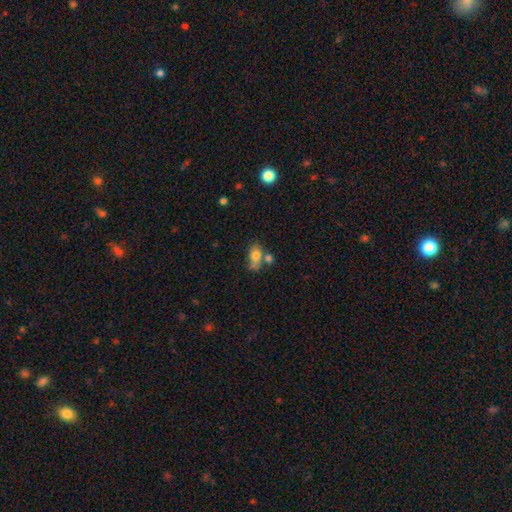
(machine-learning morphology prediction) The model was most divided on "merging" (2-way tie): merger: 36%, none: 36%, minor disturbance: 19%, major disturbance: 10%. More confident: how rounded — in between (80%); smooth or featured — smooth (74%).